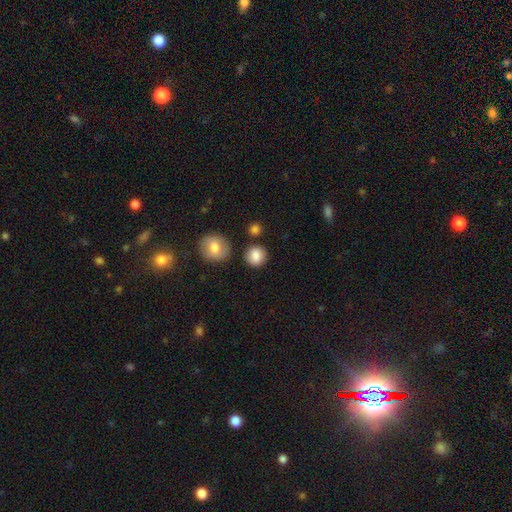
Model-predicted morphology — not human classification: A smooth galaxy with no disk features (84%) that is round (88%).

Vote fractions:
- Smooth or featured? smooth: 84% / star or artifact: 8% / featured or disk: 8%
- How rounded? round: 88% / in between: 11% / cigar-shaped: 1%
- Merging? none: 81% / minor disturbance: 10% / merger: 6% / major disturbance: 3%